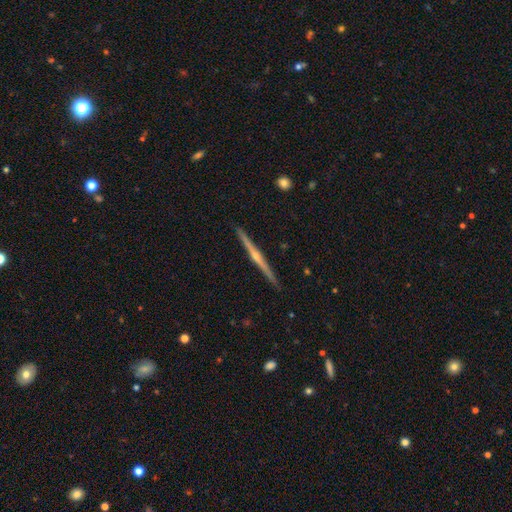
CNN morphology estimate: This appears to be a featured or disk galaxy (82%) viewed edge-on (99%) with a rounded central bulge (80%). Merging: none (92%).